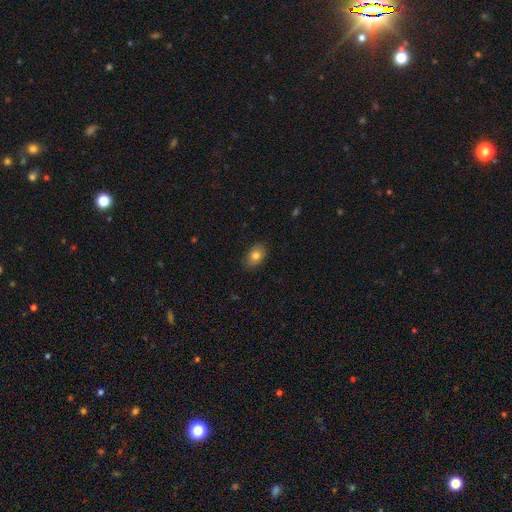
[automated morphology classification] Smooth or featured? Predicted: smooth (p=0.78). How rounded? Predicted: in between (p=0.83). Merging? Predicted: none (p=0.85).